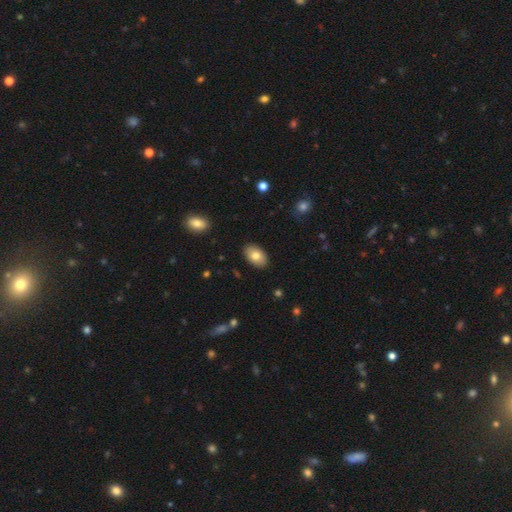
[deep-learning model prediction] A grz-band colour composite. It shows a smooth galaxy with no disk features (79%) that is in between round and cigar-shaped (92%). Merging: none (88%).